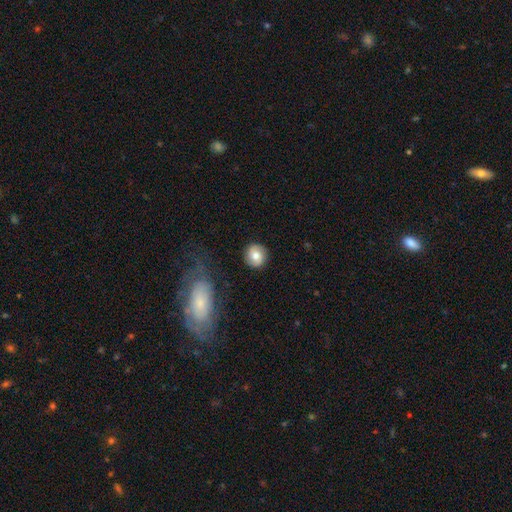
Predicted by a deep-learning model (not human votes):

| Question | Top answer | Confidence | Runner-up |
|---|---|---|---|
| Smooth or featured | smooth | 68% | featured or disk (25%) |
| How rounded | round | 88% | in between (11%) |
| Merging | none | 87% | minor disturbance (9%) |